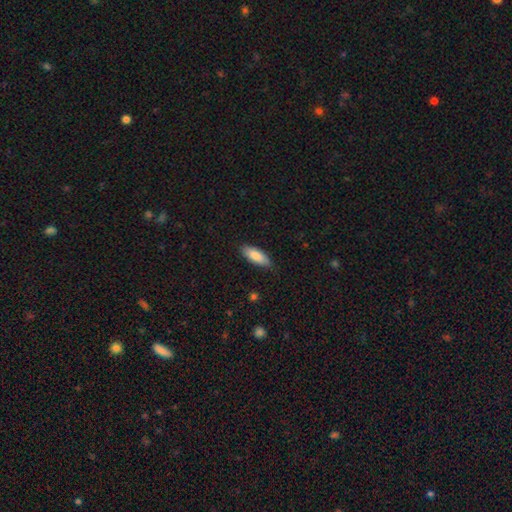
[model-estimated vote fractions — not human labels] Smooth or featured: smooth — 86% (featured or disk — 9%)
How rounded: in between — 70% (cigar-shaped — 28%)
Merging: none — 85% (minor disturbance — 12%)